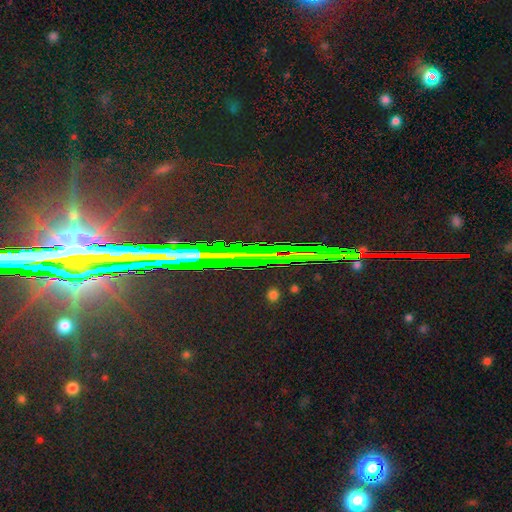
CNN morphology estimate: Smooth or featured? star or artifact (83%)